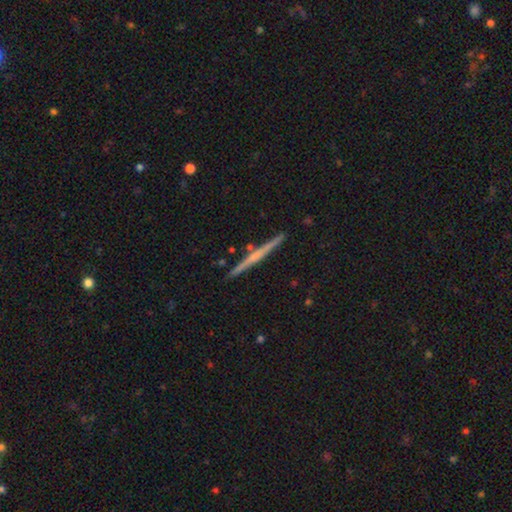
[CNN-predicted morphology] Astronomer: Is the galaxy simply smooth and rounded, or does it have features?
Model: featured or disk — 65%.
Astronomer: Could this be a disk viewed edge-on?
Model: yes — 98%.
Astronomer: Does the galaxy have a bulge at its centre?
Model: none — 59%.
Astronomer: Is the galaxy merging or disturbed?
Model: none — 91%.